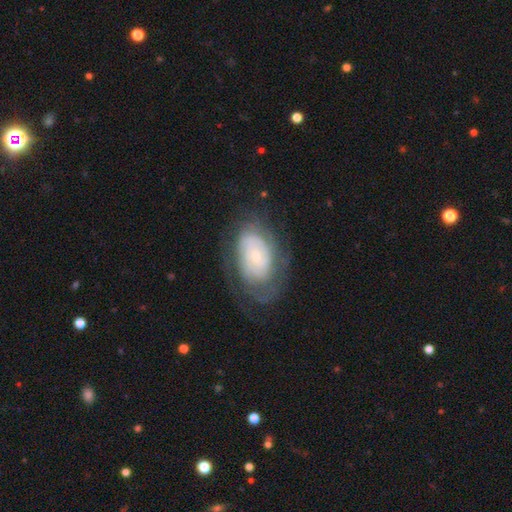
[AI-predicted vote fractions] Q: Smooth or featured?
A: featured or disk (69%); runner-up: smooth (24%)
Q: Edge-on disk?
A: no (96%); runner-up: yes (4%)
Q: Bar?
A: no (73%); runner-up: weak (23%)
Q: Spiral arms?
A: yes (81%); runner-up: no (19%)
Q: Spiral winding?
A: tight (69%); runner-up: medium (22%)
Q: Spiral arm count?
A: can't tell (59%); runner-up: 2 (21%)
Q: Bulge size?
A: small (66%); runner-up: moderate (27%)
Q: Merging?
A: none (62%); runner-up: minor disturbance (22%)